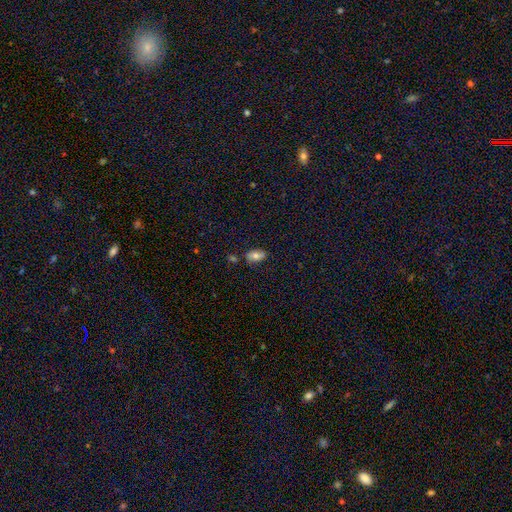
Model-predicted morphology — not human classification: Q: Smooth or featured?
A: smooth (73%); runner-up: featured or disk (19%)
Q: How rounded?
A: in between (91%); runner-up: round (6%)
Q: Merging?
A: none (77%); runner-up: minor disturbance (16%)